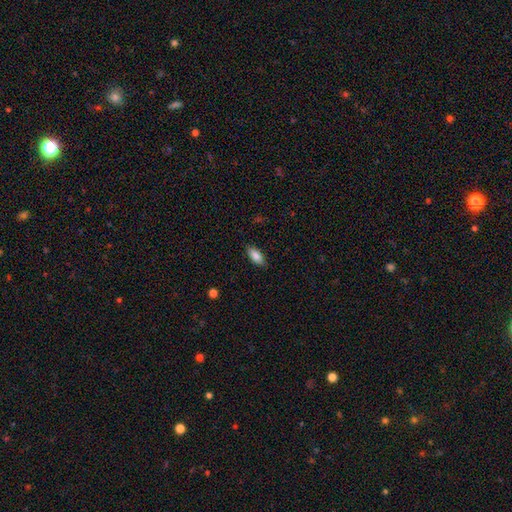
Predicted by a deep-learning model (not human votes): Morphology: type=smooth (85%); roundness=in between (87%); merging=none (87%).